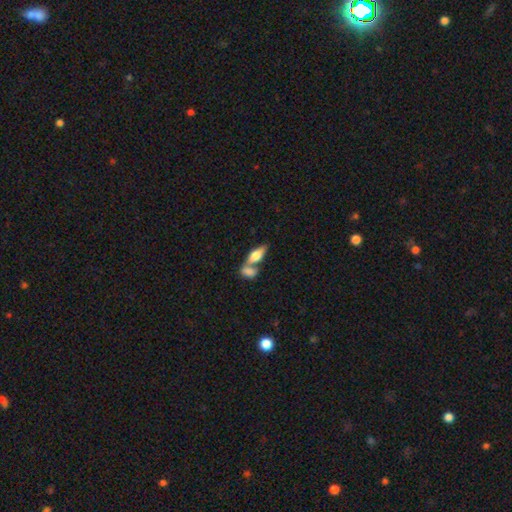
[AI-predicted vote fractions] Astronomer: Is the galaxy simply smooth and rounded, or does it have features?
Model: smooth — 59% (runner-up: featured or disk, 34%).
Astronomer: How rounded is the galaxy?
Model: in between — 70%.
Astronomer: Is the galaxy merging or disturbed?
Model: merger — 49% (runner-up: none, 39%).